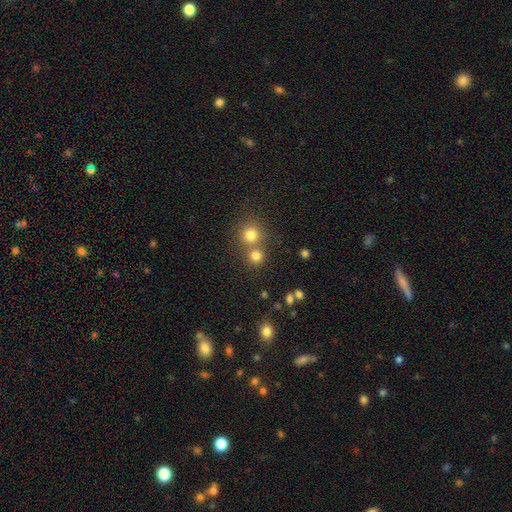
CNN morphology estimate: Smooth or featured? Predicted: smooth (p=0.79). How rounded? Predicted: round (p=0.90). Merging? Predicted: none (p=0.59).